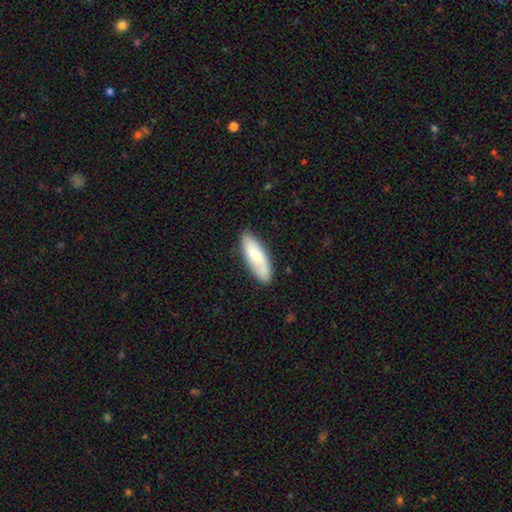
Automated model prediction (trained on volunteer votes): This is likely a smooth galaxy (68%). How rounded: likely in between (60%). Merging: likely none (80%).